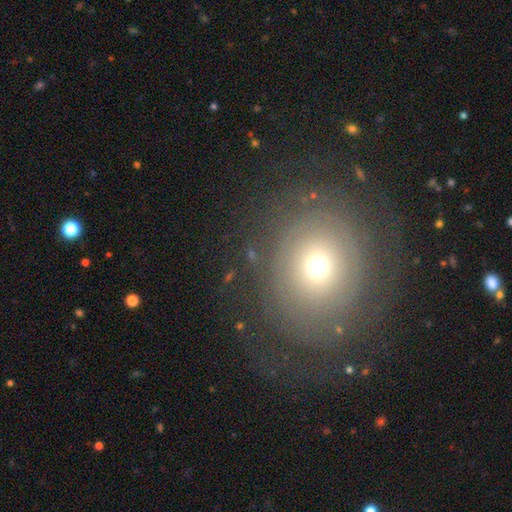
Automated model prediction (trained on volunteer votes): This is marginally a smooth galaxy (45%). Merging: likely none (73%).